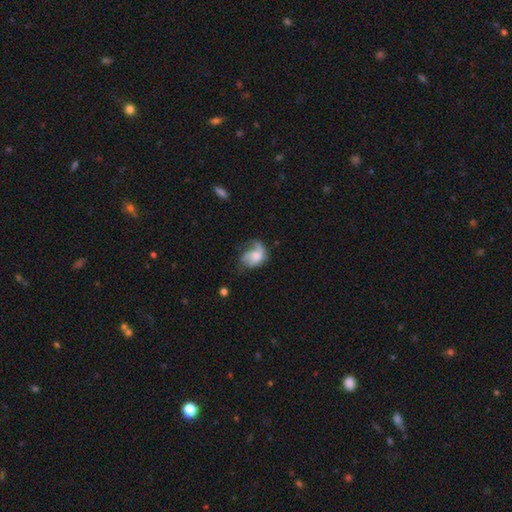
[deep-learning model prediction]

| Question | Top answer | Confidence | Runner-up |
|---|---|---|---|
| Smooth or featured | featured or disk | 54% | smooth (38%) |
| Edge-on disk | no | 97% | yes (3%) |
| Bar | no | 66% | weak (28%) |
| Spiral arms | yes | 71% | no (29%) |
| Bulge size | moderate | 30% | none (29%) |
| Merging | major disturbance | 41% | none (30%) |